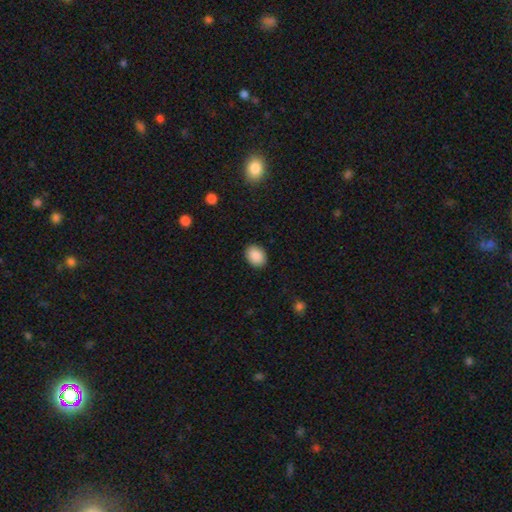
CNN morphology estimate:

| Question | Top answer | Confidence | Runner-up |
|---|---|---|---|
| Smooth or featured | smooth | 90% | star or artifact (8%) |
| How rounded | in between | 68% | round (31%) |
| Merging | none | 90% | minor disturbance (7%) |